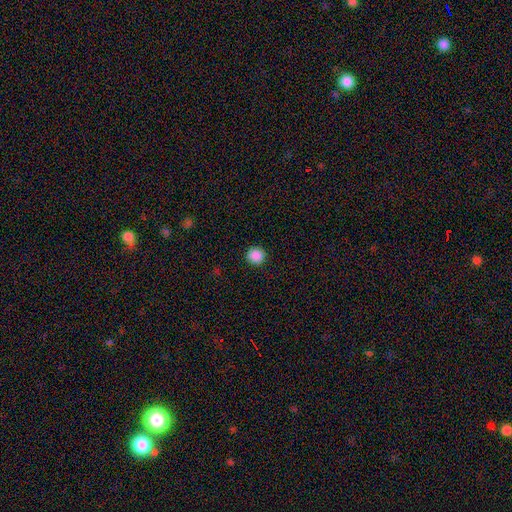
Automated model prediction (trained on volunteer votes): Smooth or featured: smooth — 88% (star or artifact — 10%)
How rounded: round — 95% (in between — 4%)
Merging: none — 93% (minor disturbance — 4%)